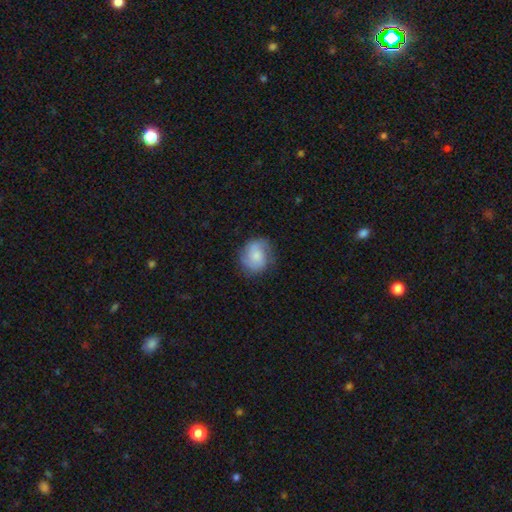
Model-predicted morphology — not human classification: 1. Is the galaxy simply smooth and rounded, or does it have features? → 54% smooth, 38% featured or disk, 8% star or artifact.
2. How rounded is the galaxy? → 69% round, 30% in between, 1% cigar-shaped.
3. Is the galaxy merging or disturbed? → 71% none, 20% minor disturbance, 7% major disturbance, 1% merger.